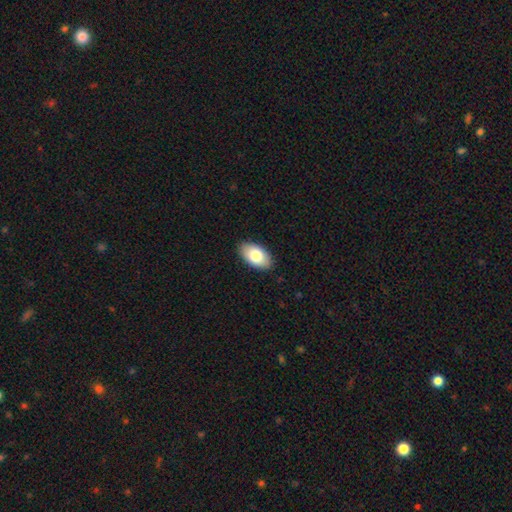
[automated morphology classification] type=smooth (81%); roundness=in between (95%); merging=none (88%).